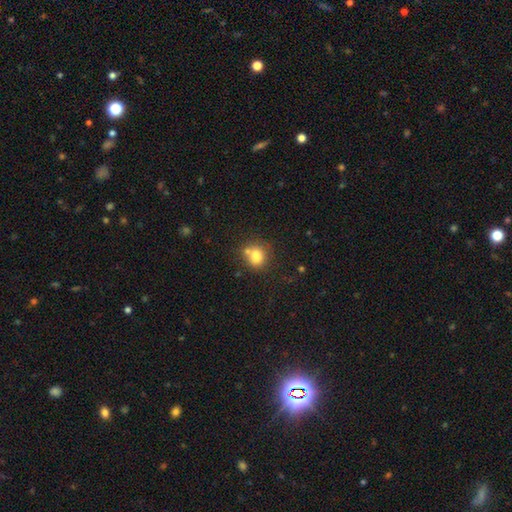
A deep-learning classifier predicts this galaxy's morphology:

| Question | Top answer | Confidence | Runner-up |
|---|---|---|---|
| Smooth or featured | smooth | 76% | featured or disk (13%) |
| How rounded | round | 66% | in between (33%) |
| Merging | none | 47% | merger (34%) |